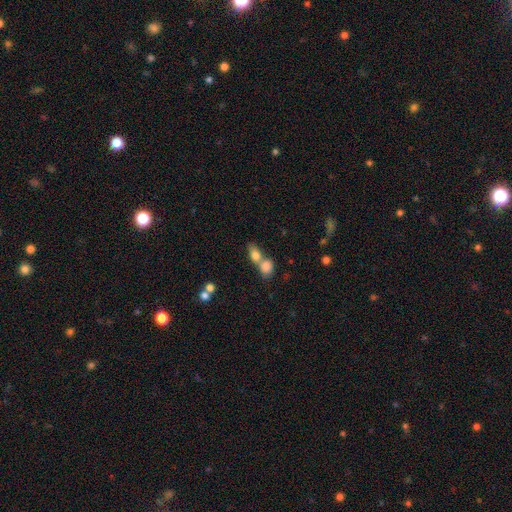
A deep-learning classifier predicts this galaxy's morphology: Smooth or featured: smooth — 79% (featured or disk — 12%)
How rounded: in between — 73% (round — 21%)
Merging: merger — 65% (none — 24%)